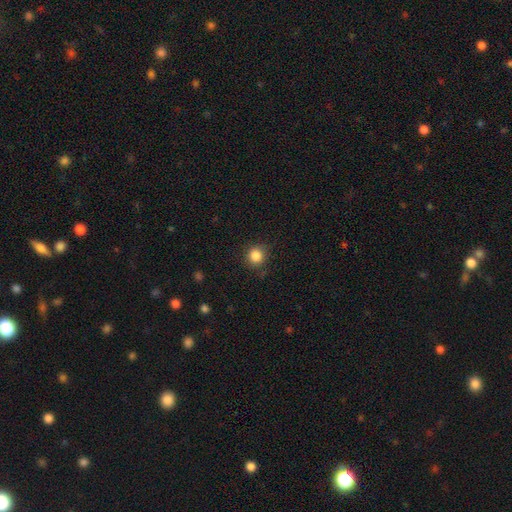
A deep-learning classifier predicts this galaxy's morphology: smooth_or_featured: smooth (p=0.85) [alt: star or artifact p=0.11]
how_rounded: round (p=0.91) [alt: in between p=0.08]
merging: none (p=0.85) [alt: minor disturbance p=0.11]